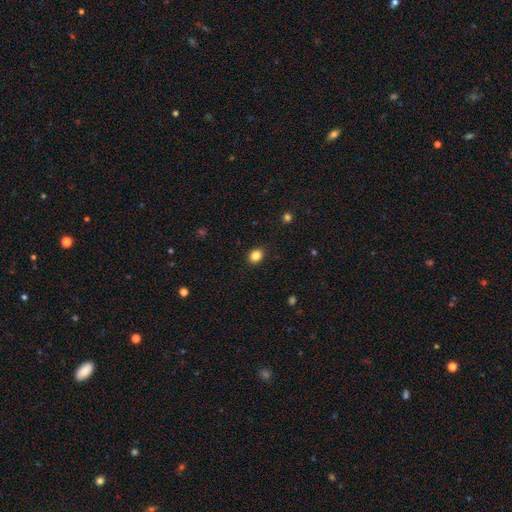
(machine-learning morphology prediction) smooth 84%, star or artifact 11%, featured or disk 5%. Down the decision tree: how rounded — round (65%); merging — none (88%).